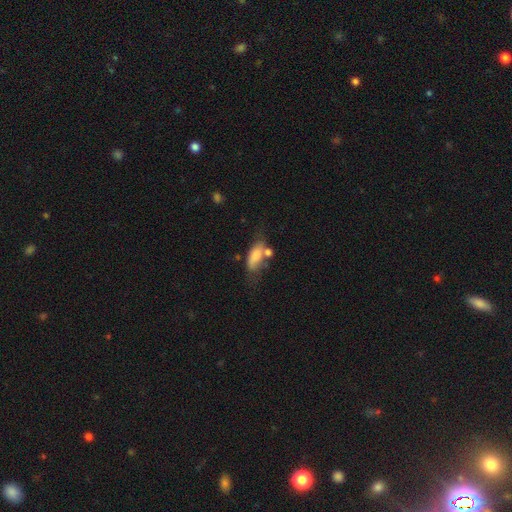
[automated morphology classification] This is likely a smooth galaxy (76%). How rounded: clearly in between (82%). Merging: marginally none (37%).